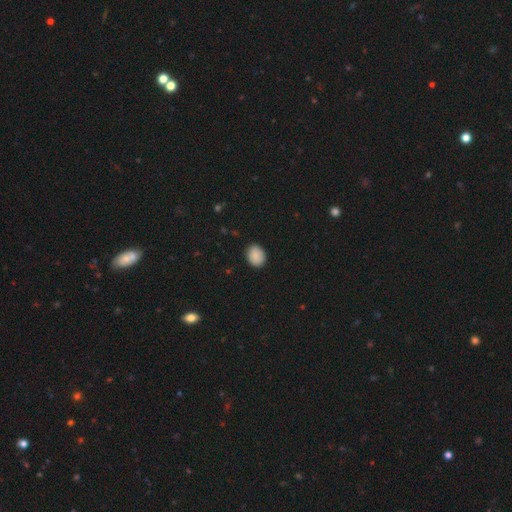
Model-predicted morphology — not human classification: Smooth or featured? smooth (89%)
How rounded? round (50%)
Merging? none (88%)